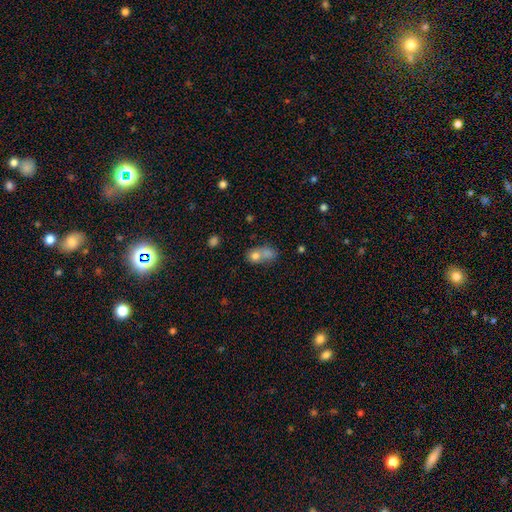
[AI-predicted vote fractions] Smooth or featured? smooth (75%)
How rounded? round (50%)
Merging? merger (62%)